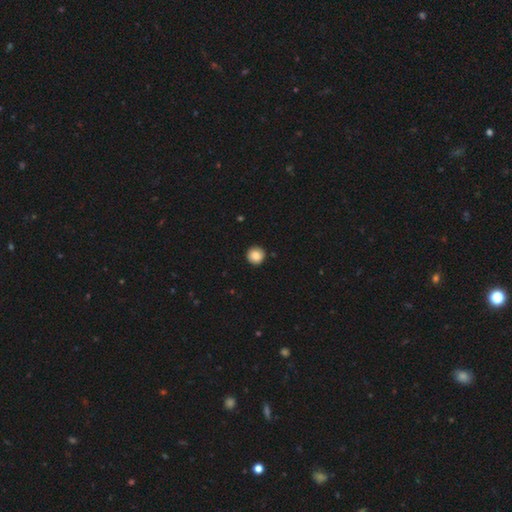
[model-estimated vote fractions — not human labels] Smooth or featured? smooth (87%)
How rounded? round (95%)
Merging? none (90%)